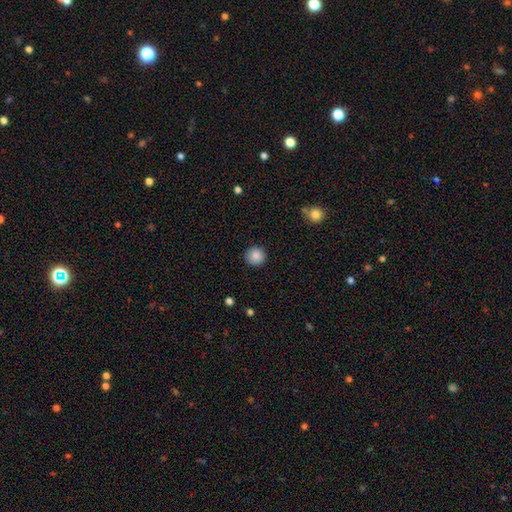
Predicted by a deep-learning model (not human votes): Morphology: type=smooth (88%); roundness=round (93%); merging=none (91%).